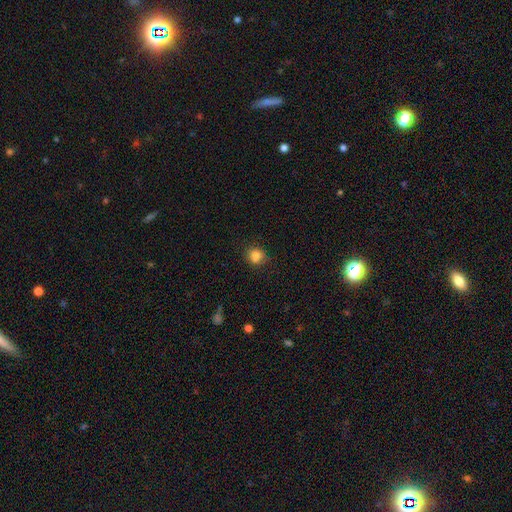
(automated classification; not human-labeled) A smooth galaxy with no disk features (84%) that is round (82%). Merging: none (77%).